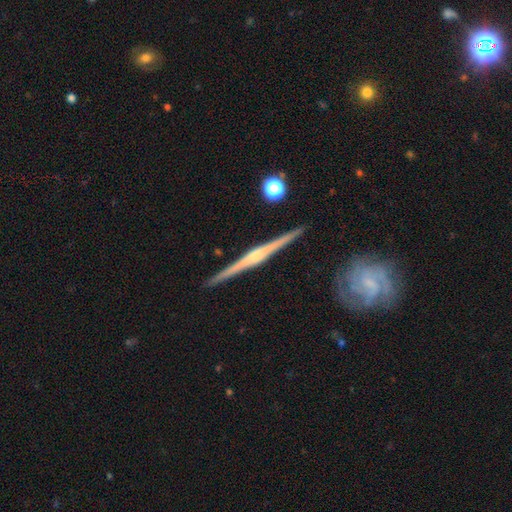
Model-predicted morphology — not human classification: This is clearly a featured or disk galaxy (85%). It is clearly viewed edge-on (98%). Edge-on bulge: likely rounded (71%). Merging: clearly none (91%).